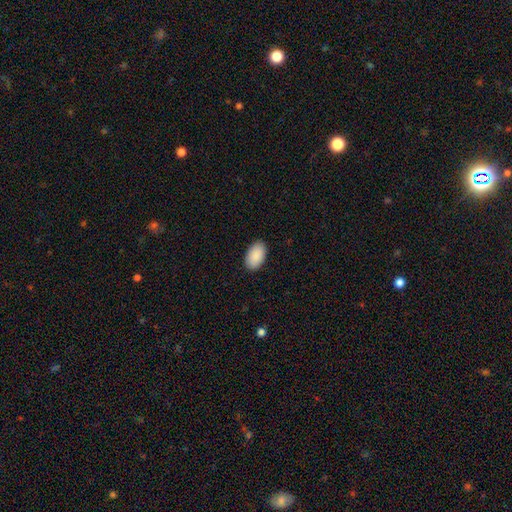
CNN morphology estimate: Smooth or featured? smooth (91%)
How rounded? in between (95%)
Merging? none (89%)